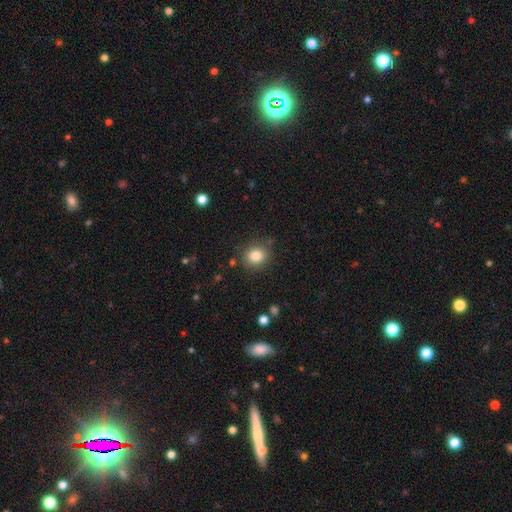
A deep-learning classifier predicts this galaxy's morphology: A smooth galaxy with no disk features (83%) that is round (75%).

Vote fractions:
- Smooth or featured? smooth: 83% / star or artifact: 11% / featured or disk: 6%
- How rounded? round: 75% / in between: 24% / cigar-shaped: 1%
- Merging? none: 82% / minor disturbance: 12% / major disturbance: 3% / merger: 2%